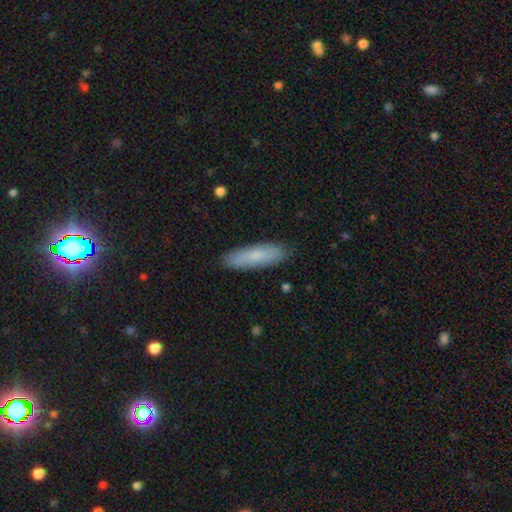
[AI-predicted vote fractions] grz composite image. It shows a smooth galaxy with no disk features (77%) that is cigar-shaped (64%). Merging: none (87%).